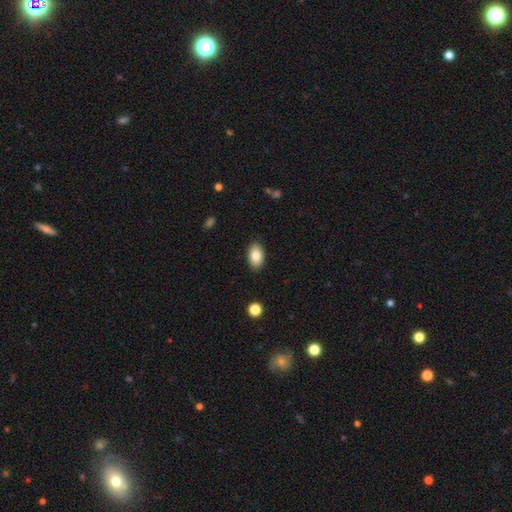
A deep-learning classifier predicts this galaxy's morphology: This is clearly a smooth galaxy (84%). How rounded: clearly in between (92%). Merging: clearly none (89%).